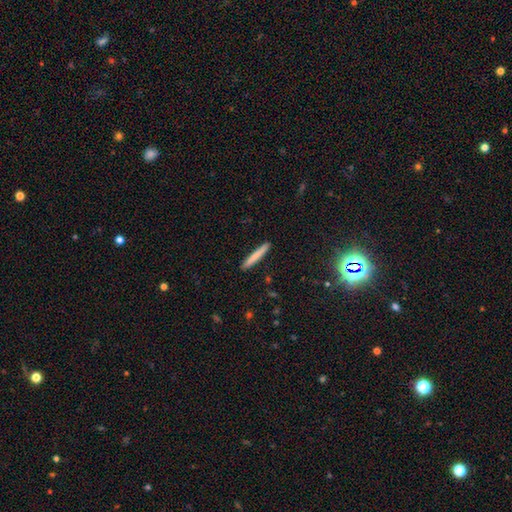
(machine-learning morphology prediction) A smooth galaxy with no disk features (77%) that is cigar-shaped (96%).

Vote fractions:
- Smooth or featured? smooth: 77% / featured or disk: 18% / star or artifact: 6%
- How rounded? cigar-shaped: 96% / in between: 3% / round: 1%
- Merging? none: 92% / minor disturbance: 6% / major disturbance: 1% / merger: 1%